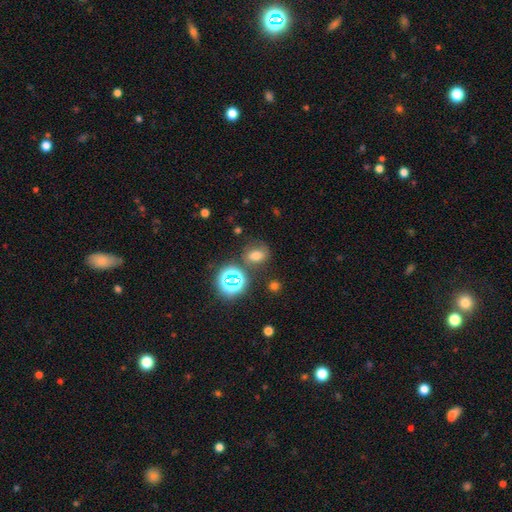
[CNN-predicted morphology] This appears to be a smooth galaxy with no disk features (62%) that is in between round and cigar-shaped (60%). Merging: none (66%).